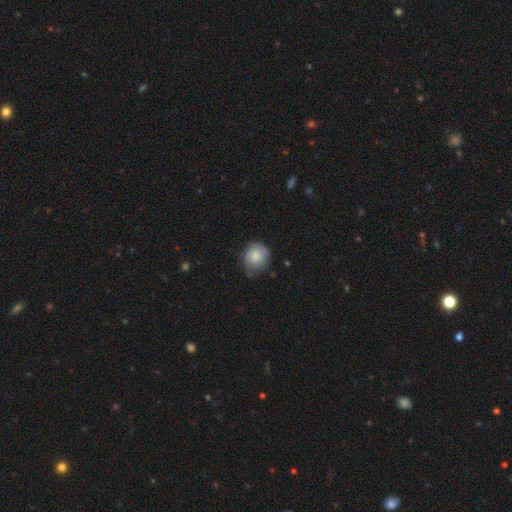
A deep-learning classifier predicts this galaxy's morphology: type=smooth (80%); roundness=round (81%); merging=none (59%).